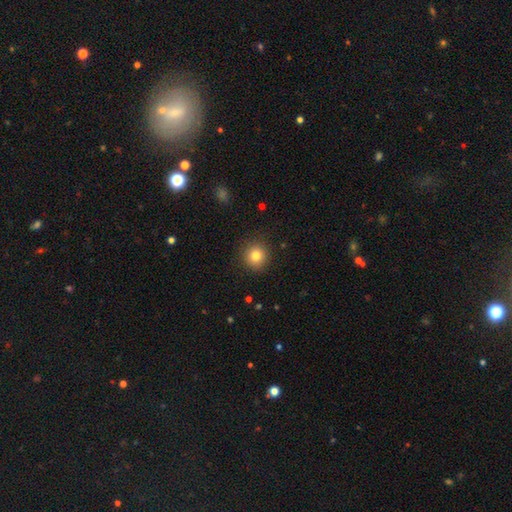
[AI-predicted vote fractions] Smooth or featured? smooth (81%)
How rounded? round (92%)
Merging? none (90%)